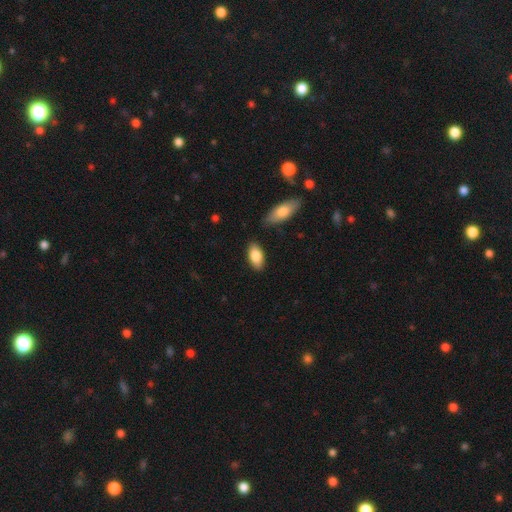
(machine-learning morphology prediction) Smooth or featured: smooth — 84% (featured or disk — 10%)
How rounded: in between — 92% (cigar-shaped — 6%)
Merging: none — 85% (minor disturbance — 10%)